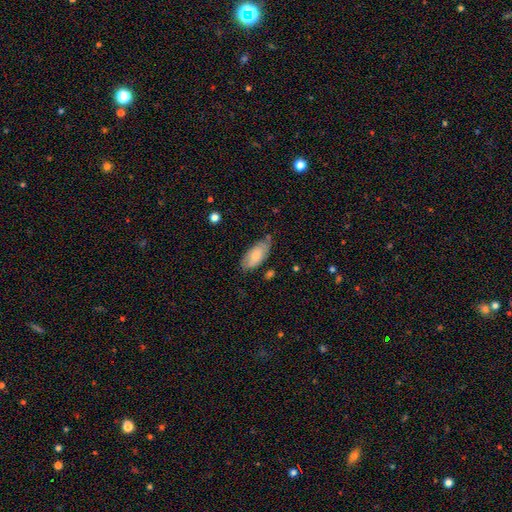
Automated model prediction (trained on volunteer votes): The model was most divided on "merging": none: 65%, minor disturbance: 26%, major disturbance: 5%, merger: 4%. More confident: how rounded — in between (91%); smooth or featured — smooth (75%).